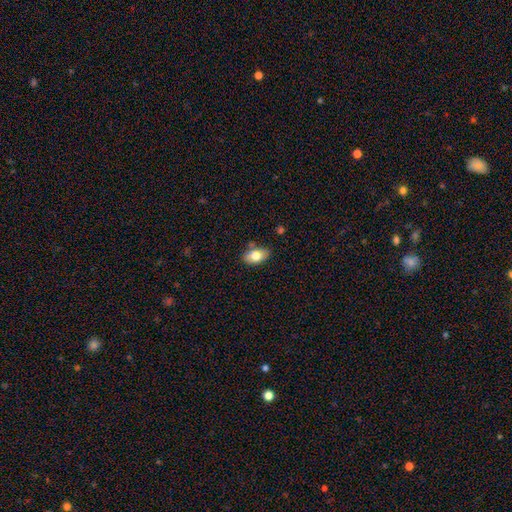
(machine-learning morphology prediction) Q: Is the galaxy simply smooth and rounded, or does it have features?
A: smooth — 77%.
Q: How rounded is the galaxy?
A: in between — 90%.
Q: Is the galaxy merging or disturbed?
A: none — 73%.